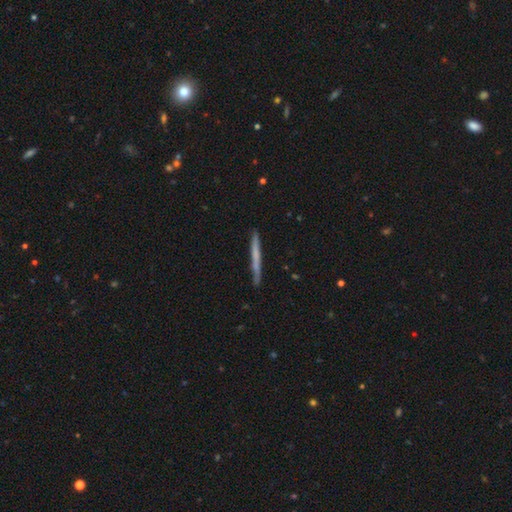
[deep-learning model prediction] Smooth or featured: smooth — 53% (featured or disk — 42%)
How rounded: cigar-shaped — 97% (in between — 2%)
Merging: none — 90% (minor disturbance — 8%)